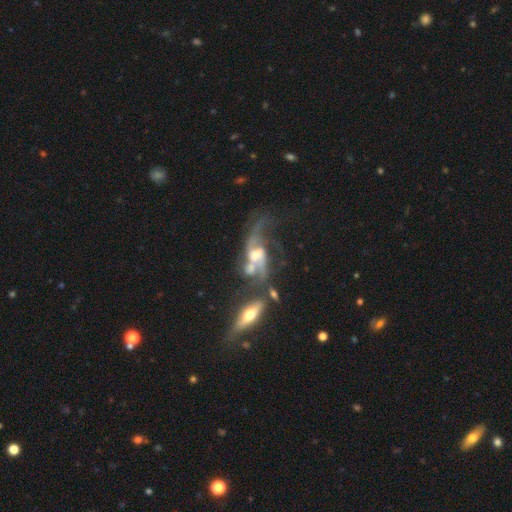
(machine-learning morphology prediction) featured or disk 83%, smooth 9%, star or artifact 8%. Down the decision tree: edge-on disk — no (90%); bar — no (45%); spiral arms — yes (90%); spiral arm count — 2 (76%); spiral winding — loose (72%); bulge size — moderate (53%); merging — merger (46%).